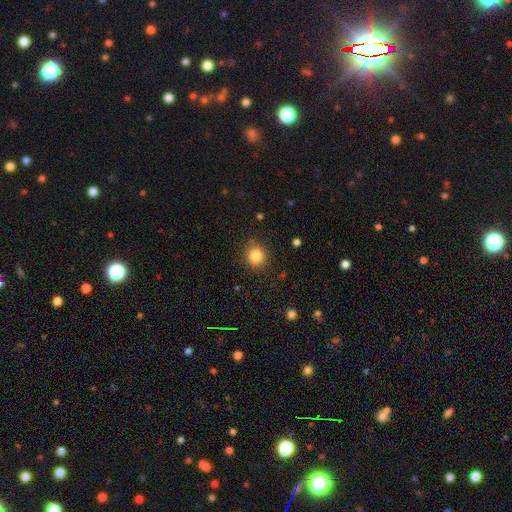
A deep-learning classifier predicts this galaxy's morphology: This is clearly a smooth galaxy (84%). How rounded: clearly round (86%). Merging: clearly none (85%).